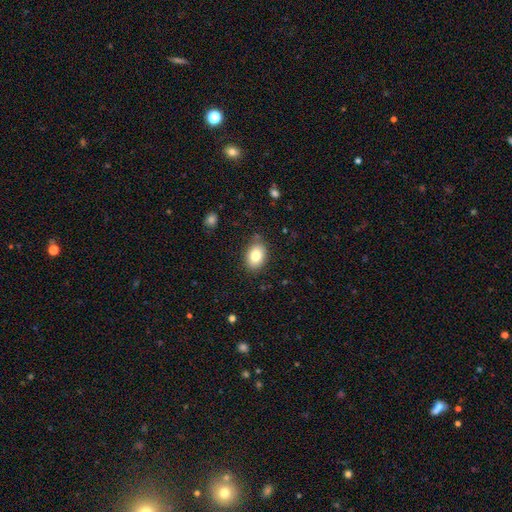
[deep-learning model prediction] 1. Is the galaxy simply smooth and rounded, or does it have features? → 83% smooth, 9% featured or disk, 8% star or artifact.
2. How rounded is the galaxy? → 80% in between, 19% round, 1% cigar-shaped.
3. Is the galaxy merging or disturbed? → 83% none, 12% minor disturbance, 3% major disturbance, 2% merger.